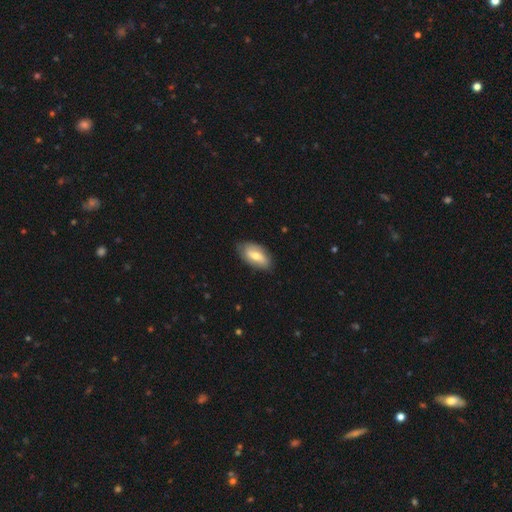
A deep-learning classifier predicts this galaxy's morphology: smooth 60%, featured or disk 34%, star or artifact 6%. Down the decision tree: how rounded — in between (91%); merging — none (80%).